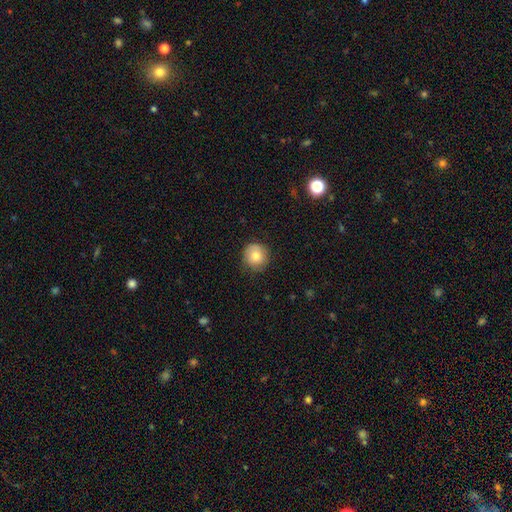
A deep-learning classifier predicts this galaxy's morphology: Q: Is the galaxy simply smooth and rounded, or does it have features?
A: smooth — 77%.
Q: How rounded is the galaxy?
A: round — 92%.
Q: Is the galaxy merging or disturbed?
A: none — 83%.